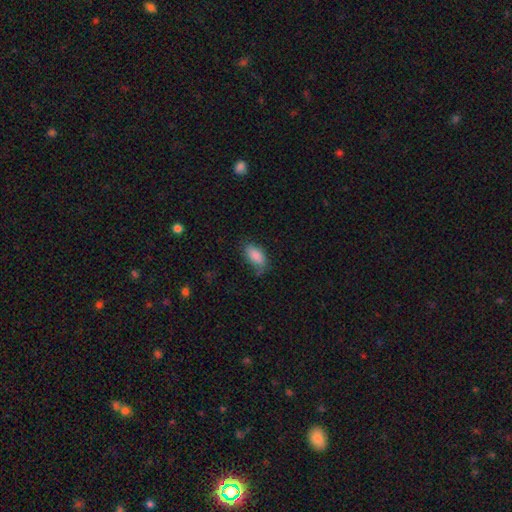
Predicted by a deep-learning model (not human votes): A smooth galaxy with no disk features (86%) that is in between round and cigar-shaped (91%). Merging: none (64%).